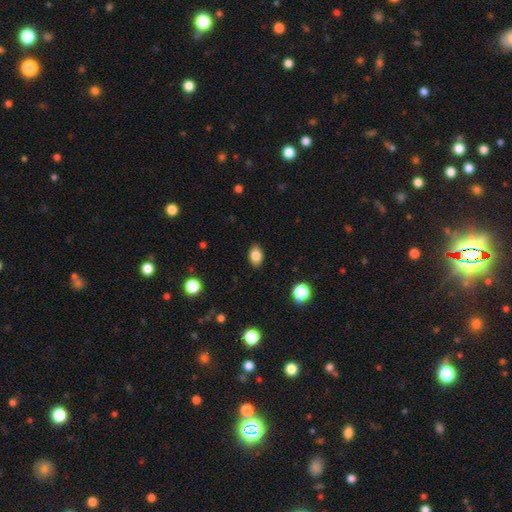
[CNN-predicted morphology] smooth_or_featured: smooth (p=0.84) [alt: star or artifact p=0.09]
how_rounded: in between (p=0.81) [alt: round p=0.18]
merging: none (p=0.88) [alt: minor disturbance p=0.09]